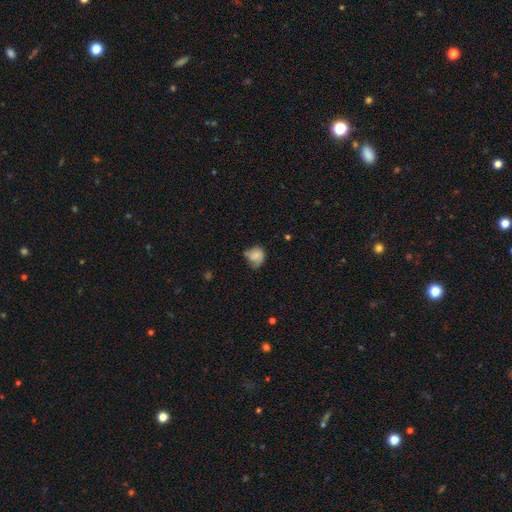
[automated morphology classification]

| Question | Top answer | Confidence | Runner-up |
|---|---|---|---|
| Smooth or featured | smooth | 62% | featured or disk (28%) |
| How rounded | round | 57% | in between (42%) |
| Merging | none | 38% | minor disturbance (36%) |